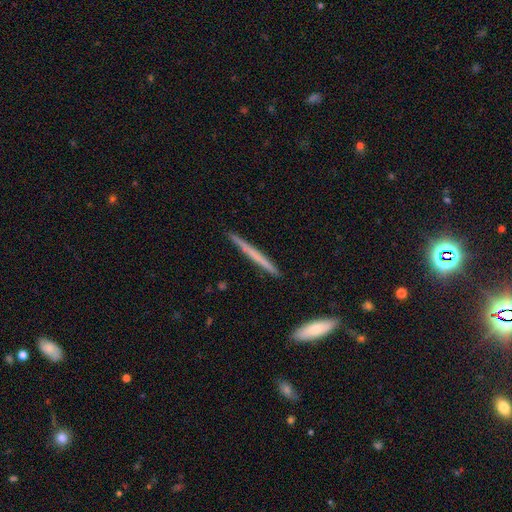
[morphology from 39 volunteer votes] Smooth or featured? 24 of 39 (62%) said smooth. How rounded? 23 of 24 (96%) said cigar-shaped. Merging? 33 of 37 (89%) said none.